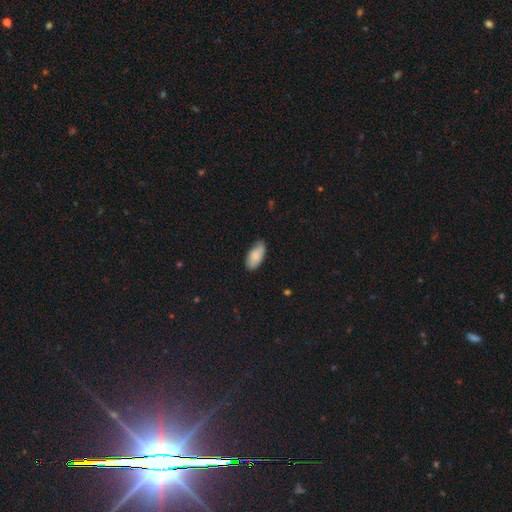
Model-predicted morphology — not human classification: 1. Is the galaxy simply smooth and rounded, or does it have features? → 84% smooth, 10% featured or disk, 6% star or artifact.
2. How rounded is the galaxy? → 91% in between, 7% cigar-shaped, 2% round.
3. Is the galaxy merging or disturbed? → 76% none, 20% minor disturbance, 3% major disturbance, 1% merger.